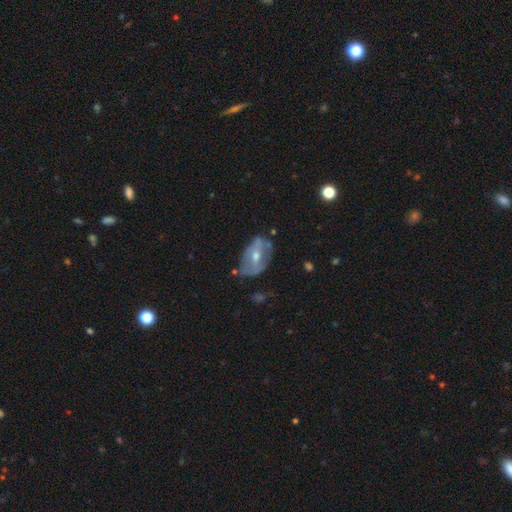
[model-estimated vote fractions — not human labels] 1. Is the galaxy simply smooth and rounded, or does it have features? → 65% featured or disk, 27% smooth, 8% star or artifact.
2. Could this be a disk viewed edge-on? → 91% no, 9% yes.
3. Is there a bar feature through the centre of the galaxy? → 37% weak, 33% no, 30% strong.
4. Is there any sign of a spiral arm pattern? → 57% no, 43% yes.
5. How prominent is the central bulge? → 63% moderate, 32% small, 3% large, 1% none, 1% dominant.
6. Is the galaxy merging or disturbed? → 61% none, 26% minor disturbance, 9% major disturbance, 4% merger.